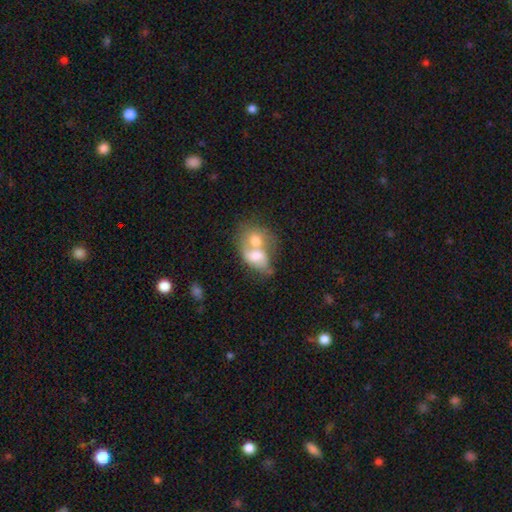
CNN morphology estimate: A smooth galaxy with no disk features (53%) that is in between round and cigar-shaped (68%). Merging: merger (80%).